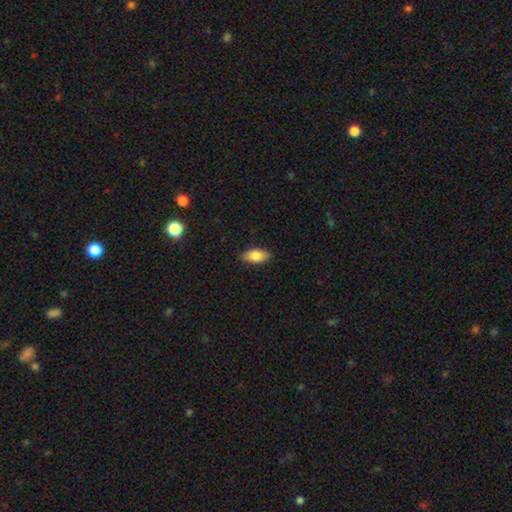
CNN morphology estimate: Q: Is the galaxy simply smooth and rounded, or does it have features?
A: smooth — 82%.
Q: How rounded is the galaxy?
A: in between — 88%.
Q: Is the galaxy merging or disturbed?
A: none — 88%.